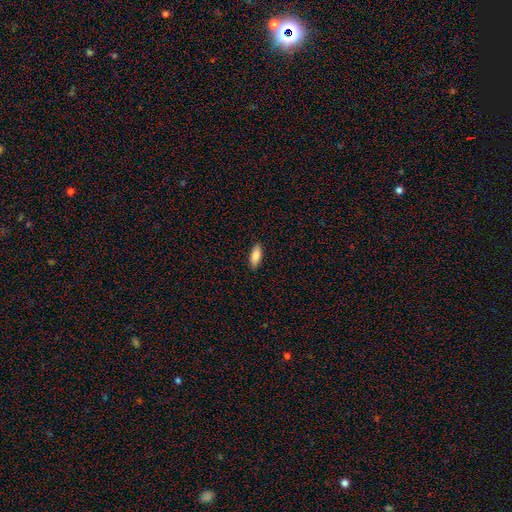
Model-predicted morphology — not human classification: Q: Smooth or featured?
A: smooth (86%); runner-up: featured or disk (7%)
Q: How rounded?
A: in between (78%); runner-up: cigar-shaped (20%)
Q: Merging?
A: none (89%); runner-up: minor disturbance (9%)